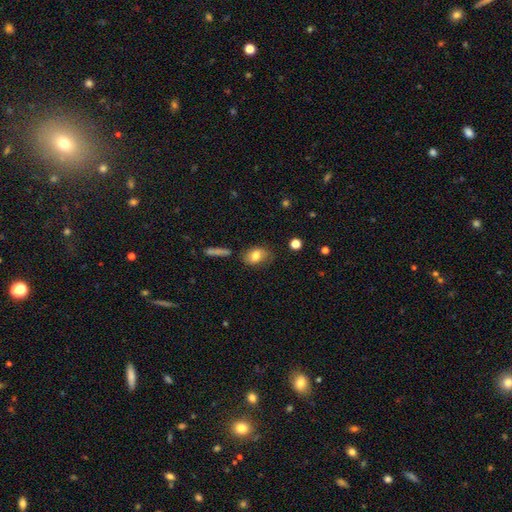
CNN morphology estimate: This appears to be a smooth galaxy with no disk features (77%) that is in between round and cigar-shaped (78%). Merging: none (70%).